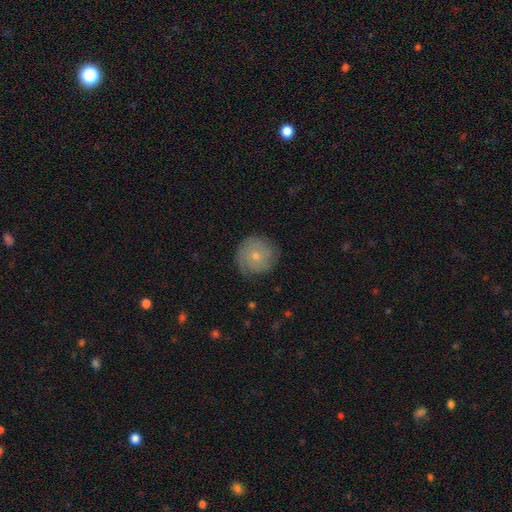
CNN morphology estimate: A smooth galaxy with no disk features (49%). Merging: none (78%).